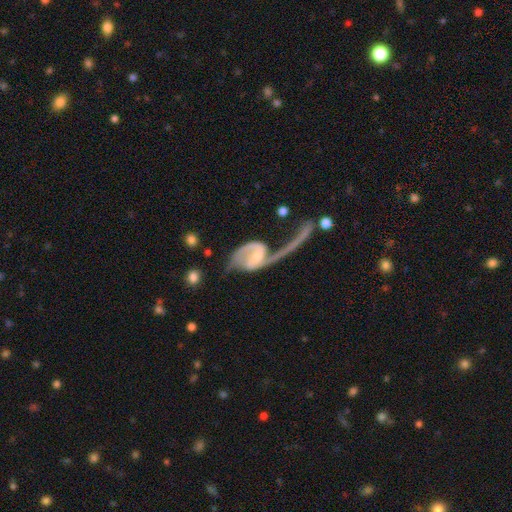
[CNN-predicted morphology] Overall: featured or disk (84%). Edge-on disk: no (97%). Bar: no (45%; weak 41%). Spiral arms: yes (91%). Spiral arm count: 2 (70%). Spiral winding: loose (67%). Bulge size: small (45%; moderate 37%). Merging: major disturbance (51%; none 24%).